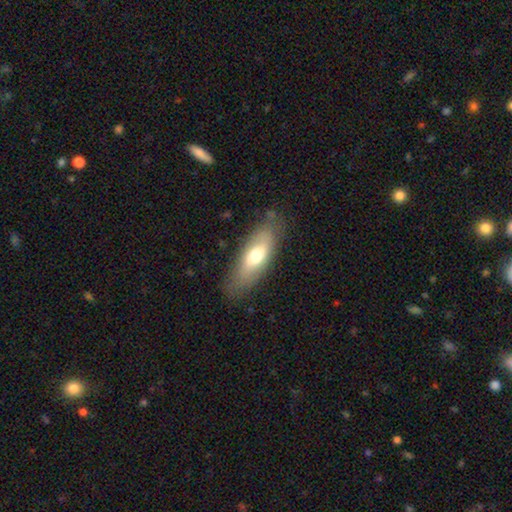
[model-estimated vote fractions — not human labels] A smooth galaxy with no disk features (62%) that is in between round and cigar-shaped (70%).

Vote fractions:
- Smooth or featured? smooth: 62% / featured or disk: 32% / star or artifact: 6%
- How rounded? in between: 70% / cigar-shaped: 27% / round: 3%
- Merging? none: 79% / minor disturbance: 15% / major disturbance: 5% / merger: 1%